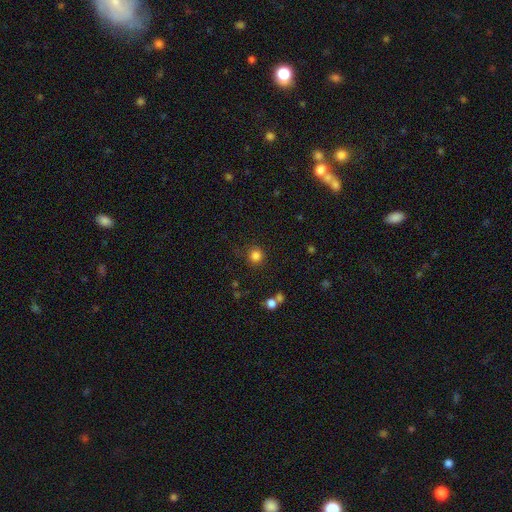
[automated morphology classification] Smooth or featured?
  - smooth: 83% *
  - star or artifact: 13%
  - featured or disk: 4%
How rounded?
  - round: 93% *
  - in between: 6%
  - cigar-shaped: 1%
Merging?
  - none: 86% *
  - minor disturbance: 8%
  - major disturbance: 3%
  - merger: 3%